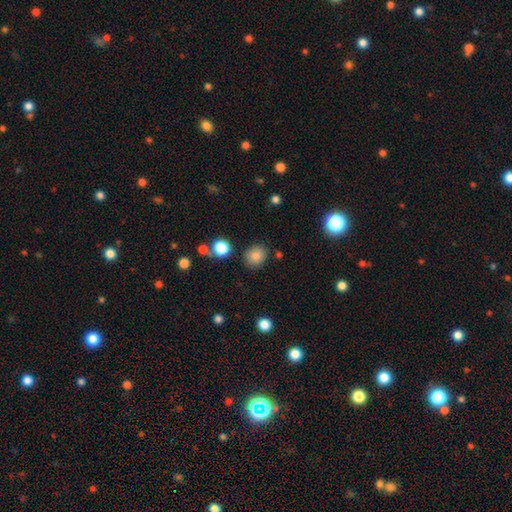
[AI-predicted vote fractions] Smooth or featured? smooth (84%)
How rounded? round (67%)
Merging? none (82%)